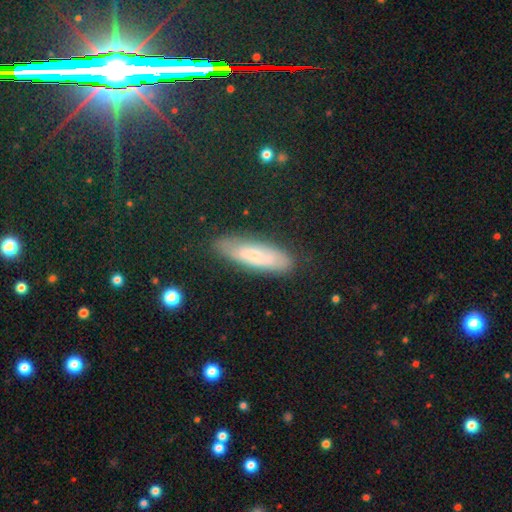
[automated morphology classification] Smooth or featured?
  - smooth: 50% *
  - featured or disk: 37%
  - star or artifact: 13%
How rounded?
  - cigar-shaped: 56% *
  - in between: 41%
  - round: 3%
Merging?
  - none: 81% *
  - minor disturbance: 14%
  - major disturbance: 3%
  - merger: 2%